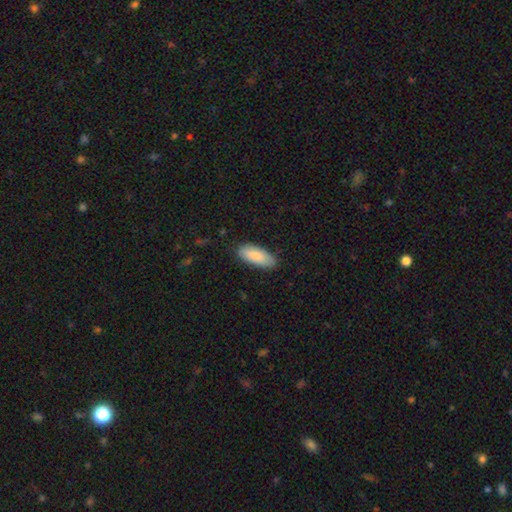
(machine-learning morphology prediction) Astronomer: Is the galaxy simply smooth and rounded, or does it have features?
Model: smooth — 85%.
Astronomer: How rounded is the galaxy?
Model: in between — 81%.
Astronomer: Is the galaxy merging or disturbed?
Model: none — 82%.